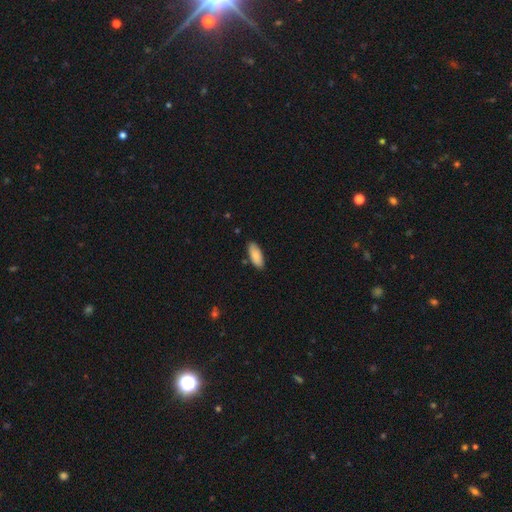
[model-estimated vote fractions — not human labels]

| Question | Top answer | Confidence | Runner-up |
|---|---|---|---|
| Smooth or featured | smooth | 84% | featured or disk (10%) |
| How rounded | in between | 81% | cigar-shaped (17%) |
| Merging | none | 82% | minor disturbance (14%) |